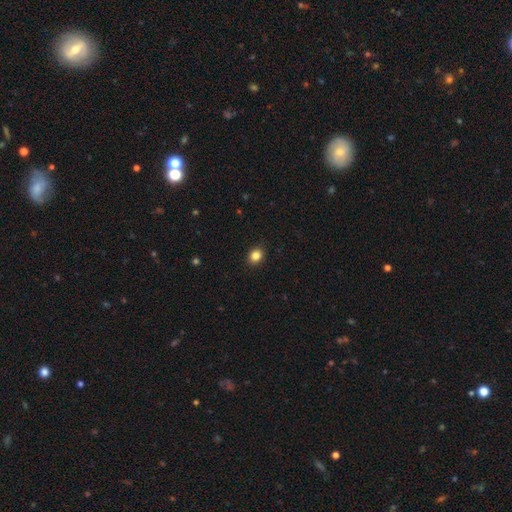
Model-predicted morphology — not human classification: The model was most divided on "how rounded": round: 62%, in between: 37%, cigar-shaped: 1%. More confident: merging — none (91%); smooth or featured — smooth (85%).